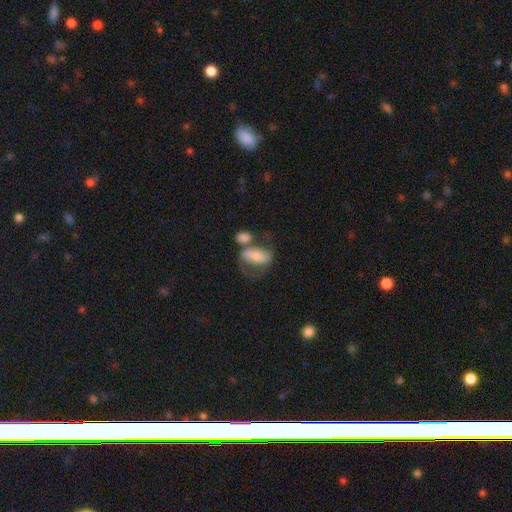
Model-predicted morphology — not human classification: A smooth galaxy with no disk features (49%). Merging: merger (37%).